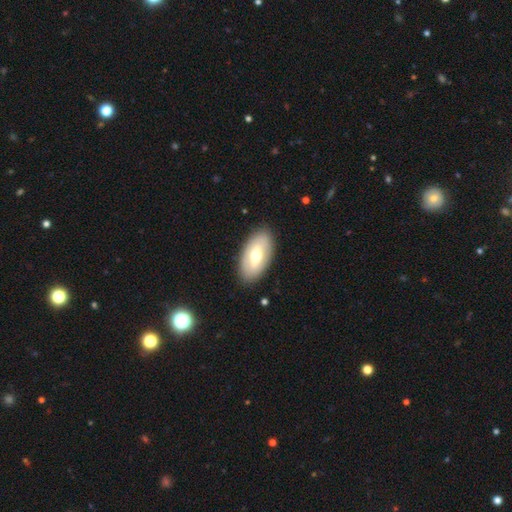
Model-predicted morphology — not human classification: smooth_or_featured: smooth (p=0.51) [alt: featured or disk p=0.44]
how_rounded: in between (p=0.93) [alt: cigar-shaped p=0.04]
merging: none (p=0.86) [alt: minor disturbance p=0.10]